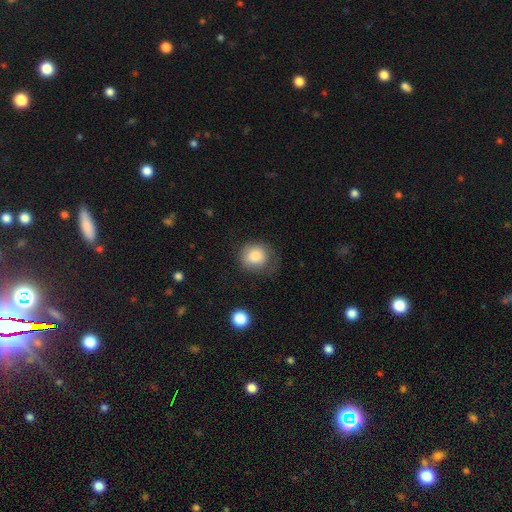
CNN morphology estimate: This appears to be a smooth galaxy with no disk features (84%) that is round (78%). Merging: none (57%).